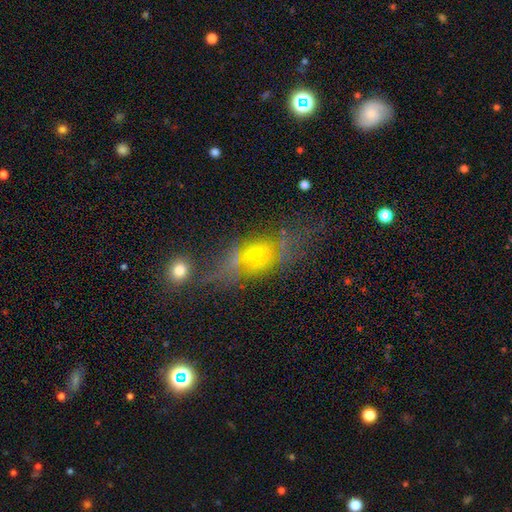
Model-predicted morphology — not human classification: Smooth or featured? featured or disk (42%)
Merging? none (38%)